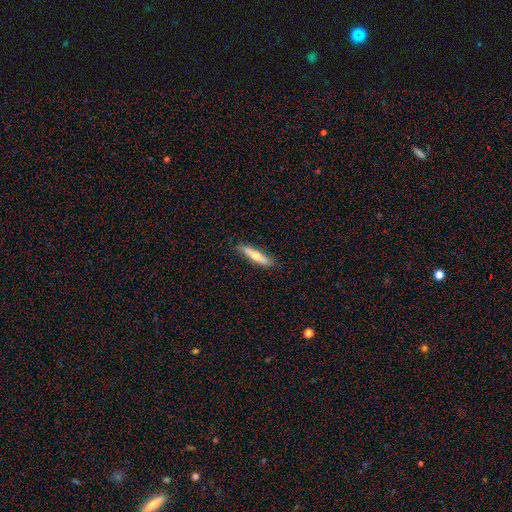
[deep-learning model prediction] Overall: smooth (58%; featured or disk 37%). How rounded: cigar-shaped (83%). Merging: none (84%).